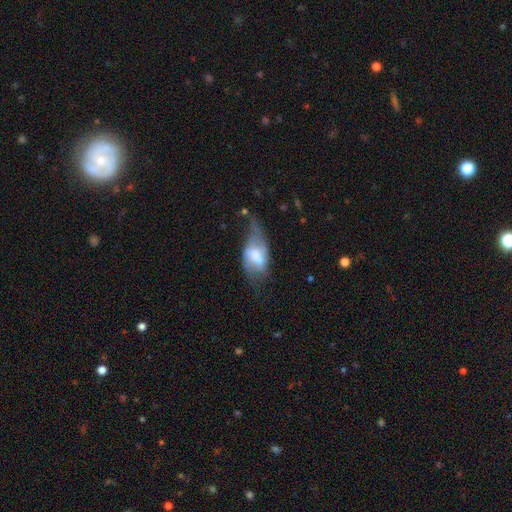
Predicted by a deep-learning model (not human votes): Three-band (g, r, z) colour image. It shows a featured or disk galaxy (50%). Merging: major disturbance (38%).